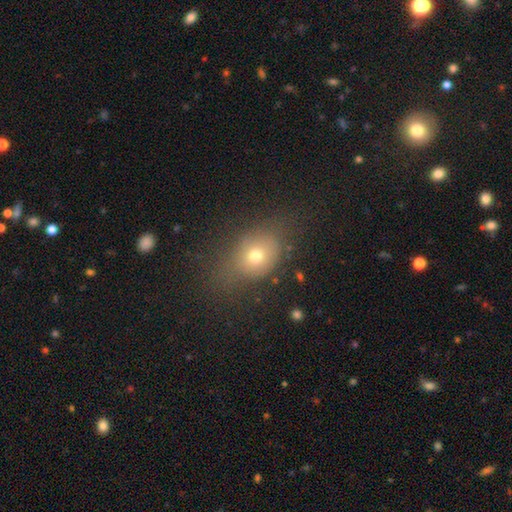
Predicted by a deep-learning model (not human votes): Smooth or featured: smooth — 68% (star or artifact — 16%)
How rounded: in between — 55% (round — 44%)
Merging: none — 59% (minor disturbance — 23%)